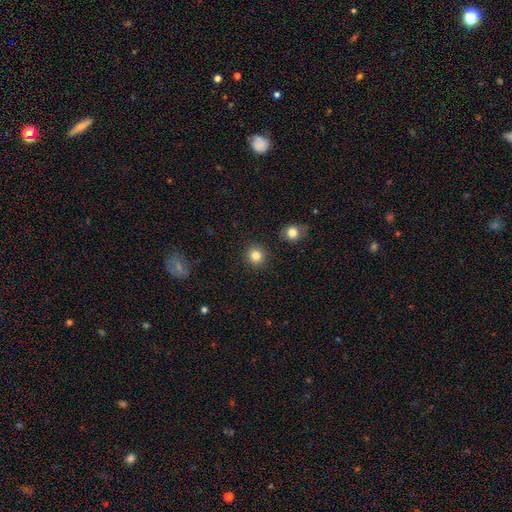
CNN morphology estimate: Overall: smooth (84%). How rounded: round (93%). Merging: none (91%).